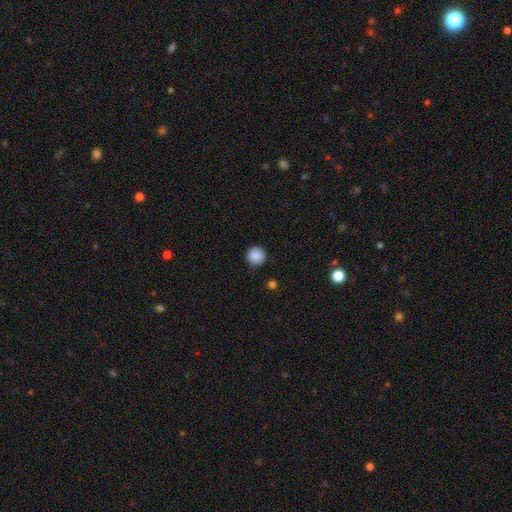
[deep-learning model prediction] A smooth galaxy with no disk features (88%) that is round (96%).

Vote fractions:
- Smooth or featured? smooth: 88% / star or artifact: 9% / featured or disk: 3%
- How rounded? round: 96% / in between: 3% / cigar-shaped: 1%
- Merging? none: 89% / minor disturbance: 8% / major disturbance: 2% / merger: 1%